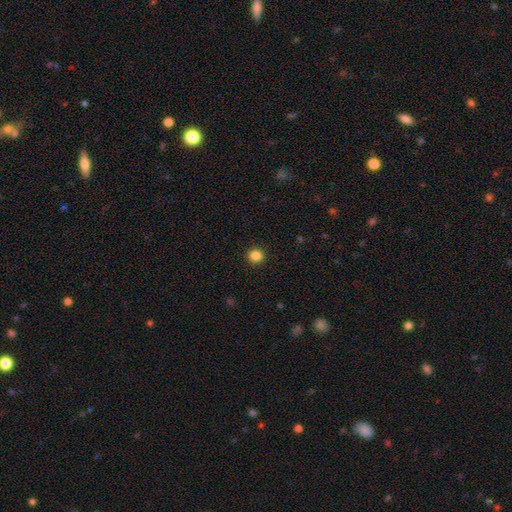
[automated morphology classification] Smooth or featured? Predicted: smooth (p=0.85). How rounded? Predicted: round (p=0.91). Merging? Predicted: none (p=0.92).